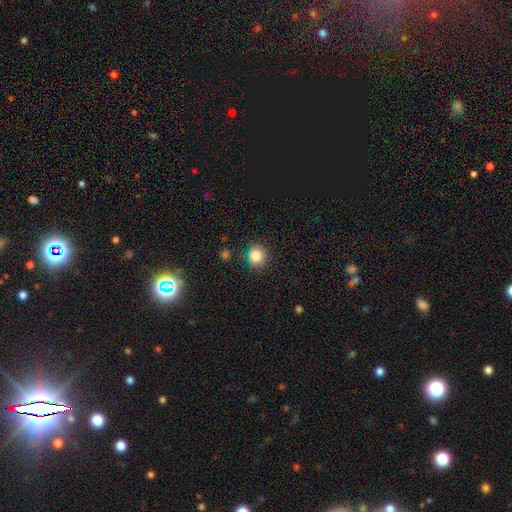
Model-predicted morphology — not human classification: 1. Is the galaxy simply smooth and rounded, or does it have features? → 84% smooth, 11% star or artifact, 5% featured or disk.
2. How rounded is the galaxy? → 87% round, 12% in between, 1% cigar-shaped.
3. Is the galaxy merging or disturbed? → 84% none, 11% minor disturbance, 3% major disturbance, 2% merger.